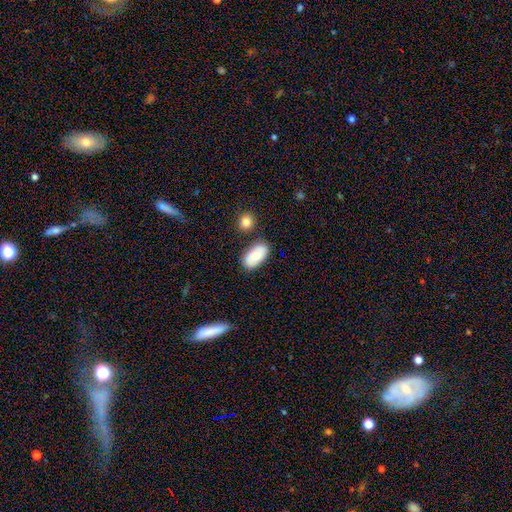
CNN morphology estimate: This is likely a smooth galaxy (75%). How rounded: clearly in between (94%). Merging: likely none (75%).